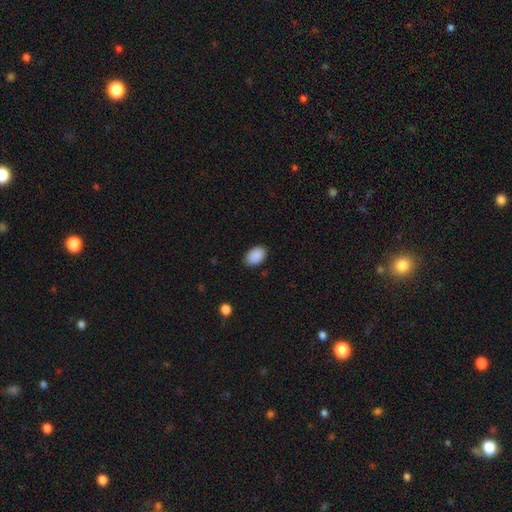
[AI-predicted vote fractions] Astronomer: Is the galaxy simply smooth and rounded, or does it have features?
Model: smooth — 90%.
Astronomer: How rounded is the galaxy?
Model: in between — 87%.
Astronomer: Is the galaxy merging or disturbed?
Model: none — 87%.